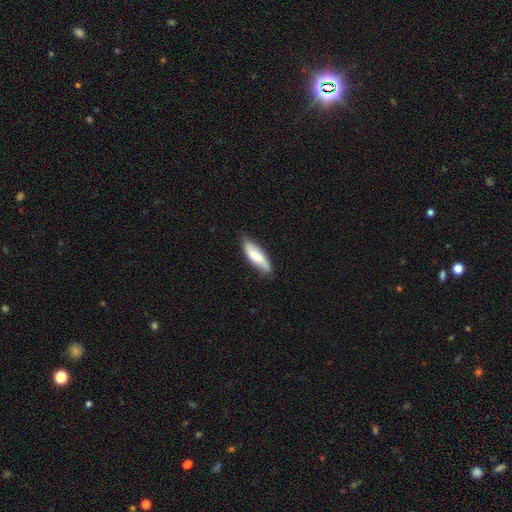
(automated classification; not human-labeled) Smooth or featured? Predicted: smooth (p=0.63). How rounded? Predicted: in between (p=0.50). Merging? Predicted: none (p=0.74).